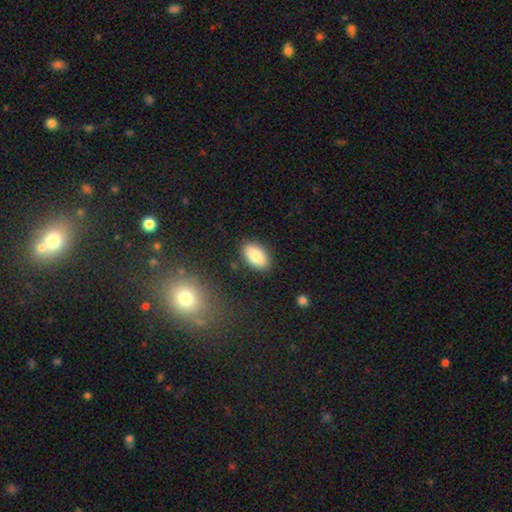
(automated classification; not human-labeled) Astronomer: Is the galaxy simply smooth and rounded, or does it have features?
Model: smooth — 84%.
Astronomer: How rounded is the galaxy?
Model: in between — 93%.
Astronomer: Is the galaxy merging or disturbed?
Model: none — 86%.